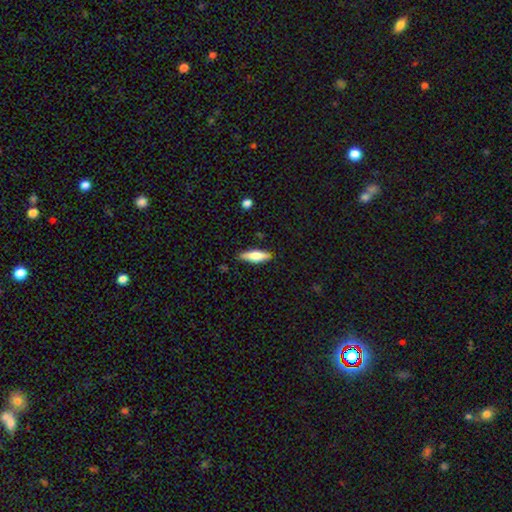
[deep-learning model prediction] This is likely a smooth galaxy (61%). How rounded: possibly cigar-shaped (52%). Merging: clearly none (86%).